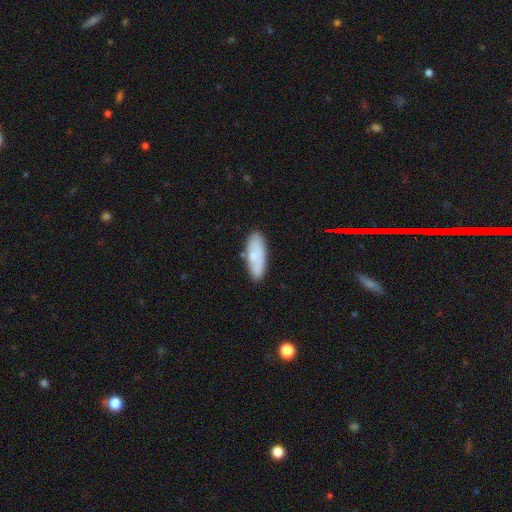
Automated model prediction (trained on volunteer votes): This is likely a smooth galaxy (70%). How rounded: likely in between (65%). Merging: likely none (79%).